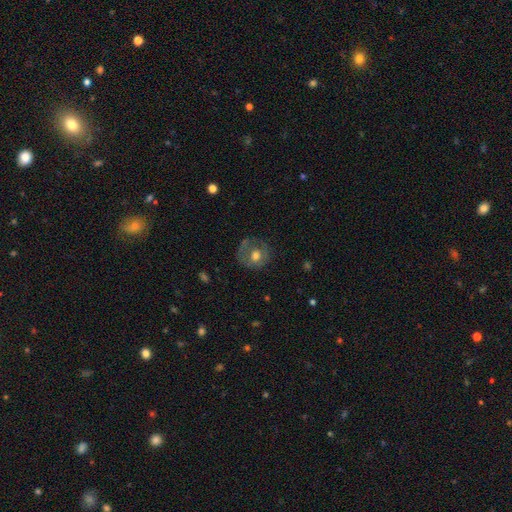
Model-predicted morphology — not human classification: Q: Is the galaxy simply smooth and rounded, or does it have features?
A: smooth — 54%.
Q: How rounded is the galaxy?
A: round — 83%.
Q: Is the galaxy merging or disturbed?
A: none — 66%.